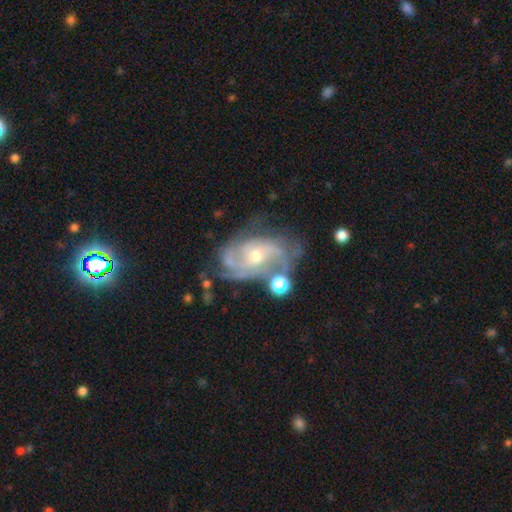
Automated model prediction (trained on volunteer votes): smooth-or-featured: featured or disk: 87% | star or artifact: 7% | smooth: 6%
  disk-edge-on: no: 97% | yes: 3%
    bar: no: 64% | weak: 28% | strong: 8%
    has-spiral-arms: yes: 96% | no: 4%
      spiral-winding: tight: 46% | medium: 42% | loose: 12%
      spiral-arm-count: 3: 33% | 2: 26% | can't tell: 21% | 4: 11% | more than 4: 5% | 1: 5%
    bulge-size: moderate: 49% | small: 47% | large: 2% | none: 1% | dominant: 1%
  merging: none: 54% | minor disturbance: 22% | major disturbance: 13% | merger: 10%